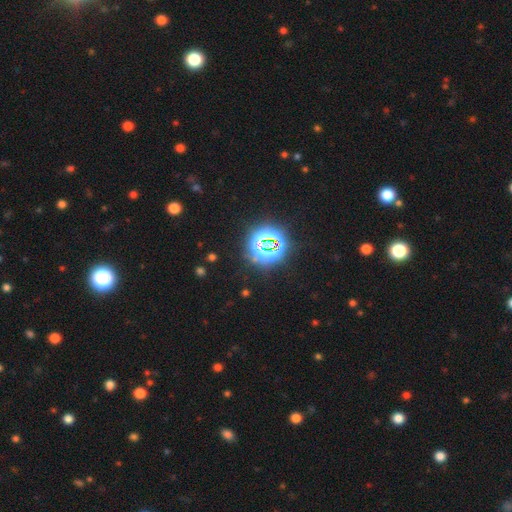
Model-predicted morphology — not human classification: type=star or artifact (78%).